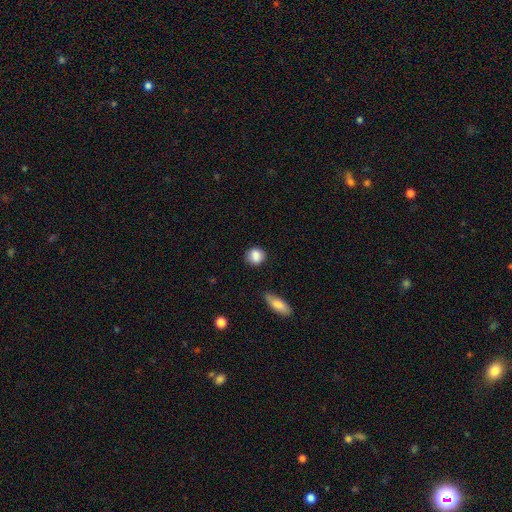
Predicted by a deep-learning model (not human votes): Smooth or featured?
  - smooth: 87% *
  - star or artifact: 8%
  - featured or disk: 5%
How rounded?
  - round: 77% *
  - in between: 21%
  - cigar-shaped: 2%
Merging?
  - none: 79% *
  - minor disturbance: 15%
  - major disturbance: 3%
  - merger: 3%